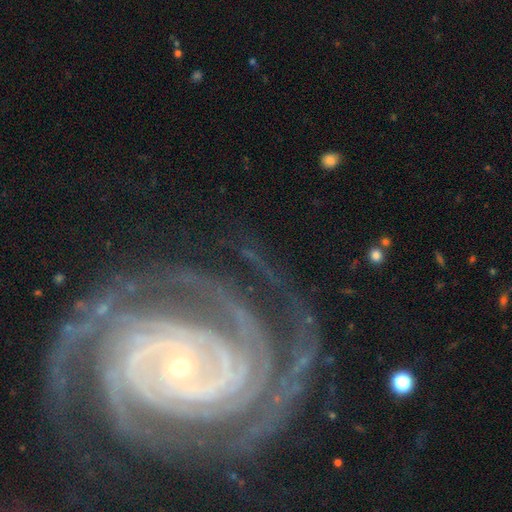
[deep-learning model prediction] smooth-or-featured: featured or disk: 90% | star or artifact: 7% | smooth: 4%
  disk-edge-on: no: 97% | yes: 3%
    bar: no: 63% | weak: 19% | strong: 18%
    has-spiral-arms: yes: 98% | no: 2%
      spiral-winding: tight: 81% | medium: 16% | loose: 3%
      spiral-arm-count: 2: 25% | 3: 18% | 4: 18% | can't tell: 16% | more than 4: 14% | 1: 9%
    bulge-size: small: 86% | moderate: 10% | large: 1% | none: 1% | dominant: 1%
  merging: none: 75% | minor disturbance: 14% | major disturbance: 8% | merger: 2%